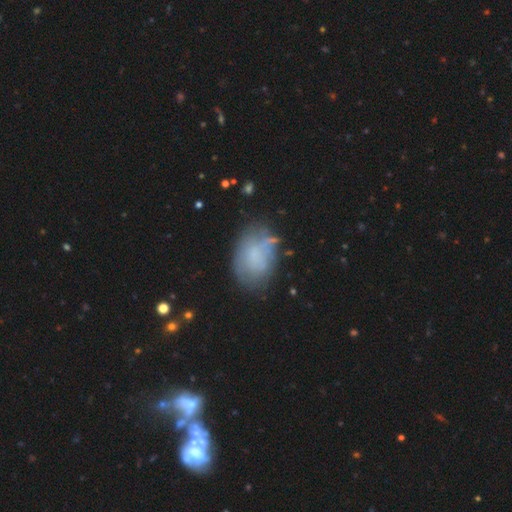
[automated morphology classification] A smooth galaxy with no disk features (58%) that is in between round and cigar-shaped (82%). Merging: none (53%).